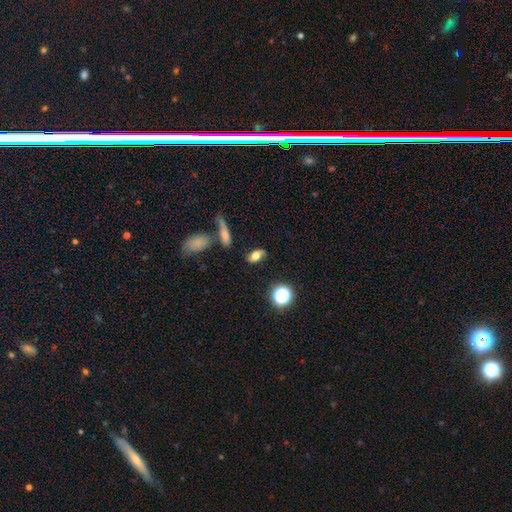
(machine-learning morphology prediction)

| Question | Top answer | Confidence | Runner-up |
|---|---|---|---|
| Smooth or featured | smooth | 65% | featured or disk (23%) |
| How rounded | in between | 81% | round (11%) |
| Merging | none | 73% | minor disturbance (16%) |